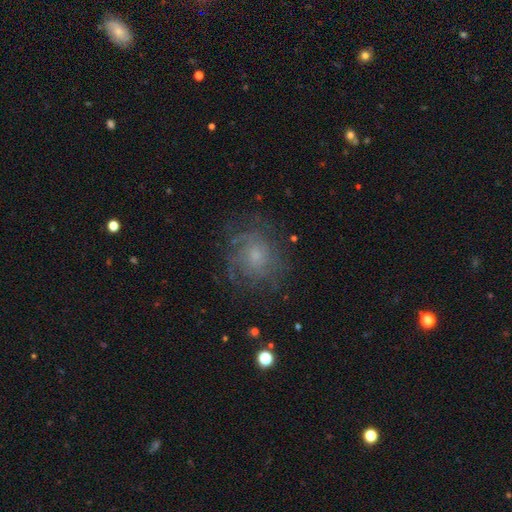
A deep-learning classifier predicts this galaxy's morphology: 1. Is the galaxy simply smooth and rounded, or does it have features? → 53% featured or disk, 32% smooth, 15% star or artifact.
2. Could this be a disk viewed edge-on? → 97% no, 3% yes.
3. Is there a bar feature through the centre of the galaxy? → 80% no, 18% weak, 2% strong.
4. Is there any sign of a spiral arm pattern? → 75% yes, 25% no.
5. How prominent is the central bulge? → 57% small, 28% moderate, 10% none, 3% large, 1% dominant.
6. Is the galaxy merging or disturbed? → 69% none, 17% minor disturbance, 12% major disturbance, 1% merger.